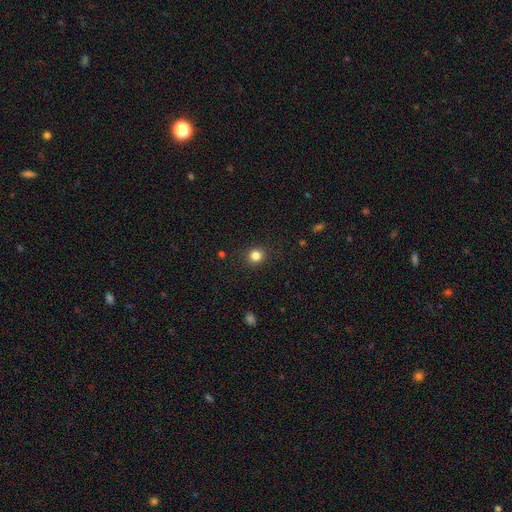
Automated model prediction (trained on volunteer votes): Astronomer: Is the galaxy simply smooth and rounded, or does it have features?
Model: smooth — 83%.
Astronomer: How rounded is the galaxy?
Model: round — 90%.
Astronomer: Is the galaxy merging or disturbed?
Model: none — 90%.